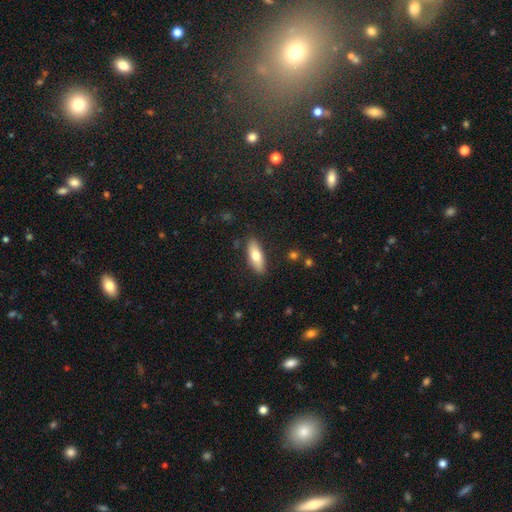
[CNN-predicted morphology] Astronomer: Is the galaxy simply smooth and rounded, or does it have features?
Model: smooth — 71%.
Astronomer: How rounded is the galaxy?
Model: in between — 63%.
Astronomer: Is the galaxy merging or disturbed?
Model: none — 86%.